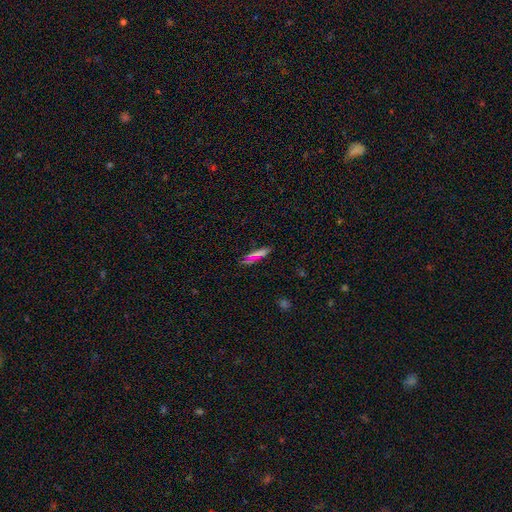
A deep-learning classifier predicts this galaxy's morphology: The model was most divided on "how rounded": cigar-shaped: 71%, in between: 25%, round: 4%. More confident: merging — none (81%); smooth or featured — smooth (70%).